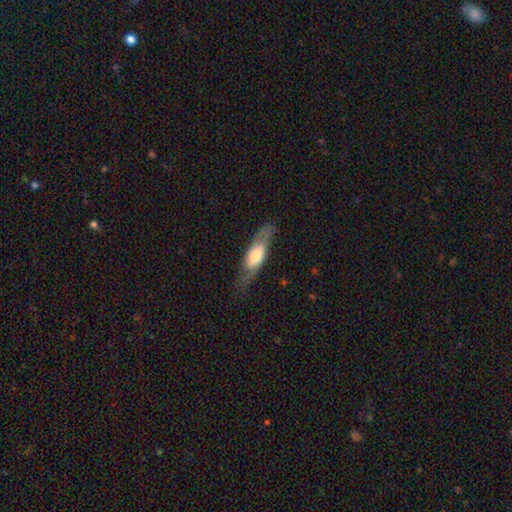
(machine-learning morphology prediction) Smooth or featured? Predicted: smooth (p=0.55). How rounded? Predicted: in between (p=0.53). Merging? Predicted: none (p=0.71).